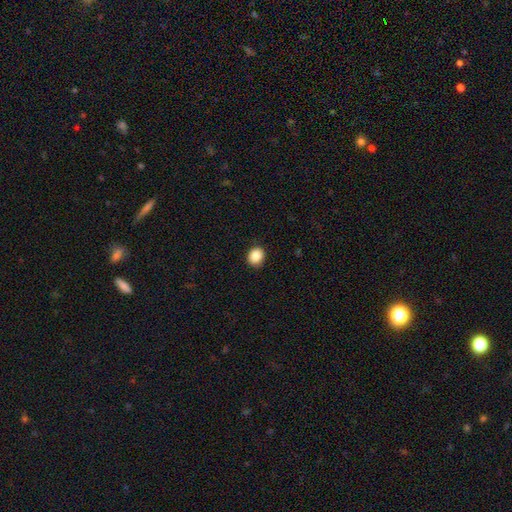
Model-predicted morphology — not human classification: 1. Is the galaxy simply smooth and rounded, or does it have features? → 88% smooth, 9% star or artifact, 3% featured or disk.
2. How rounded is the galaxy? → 66% round, 33% in between, 1% cigar-shaped.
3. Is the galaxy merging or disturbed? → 90% none, 7% minor disturbance, 2% major disturbance, 1% merger.